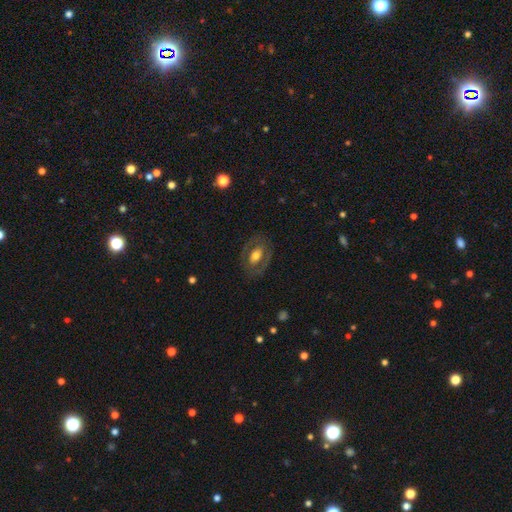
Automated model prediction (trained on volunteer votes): Smooth or featured: featured or disk — 49% (smooth — 44%)
Merging: none — 78% (minor disturbance — 13%)